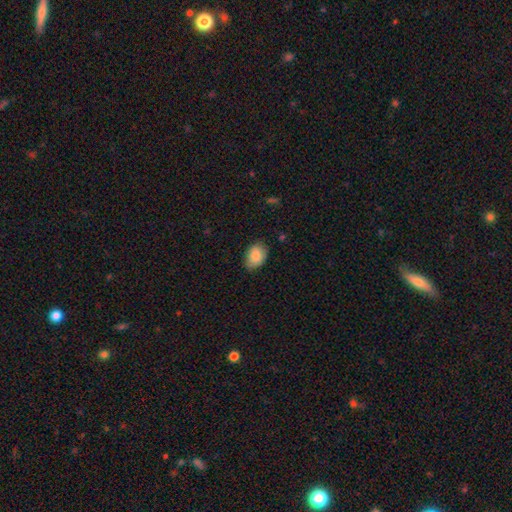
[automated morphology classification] smooth-or-featured: smooth: 87% | star or artifact: 7% | featured or disk: 6%
  how-rounded: in between: 82% | round: 17% | cigar-shaped: 1%
  merging: none: 78% | minor disturbance: 18% | major disturbance: 3% | merger: 1%